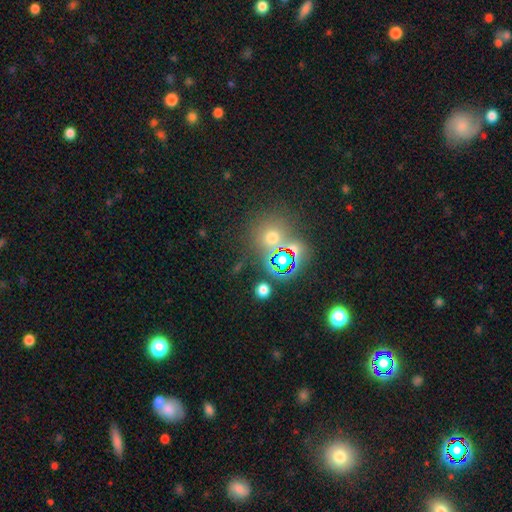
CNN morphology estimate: Smooth or featured? Predicted: star or artifact (p=0.53).